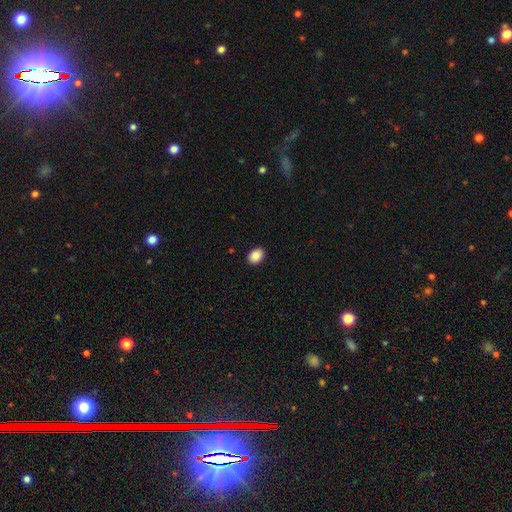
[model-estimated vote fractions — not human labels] Morphology: type=smooth (89%); roundness=in between (70%); merging=none (91%).